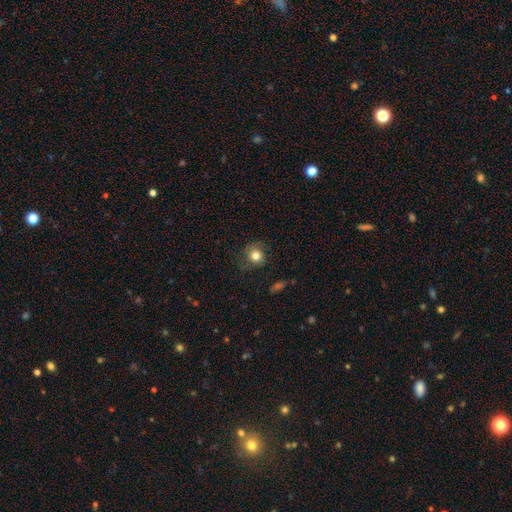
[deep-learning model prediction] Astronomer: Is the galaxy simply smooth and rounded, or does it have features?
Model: smooth — 77%.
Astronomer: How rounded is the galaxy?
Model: round — 82%.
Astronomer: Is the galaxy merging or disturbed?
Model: none — 71%.